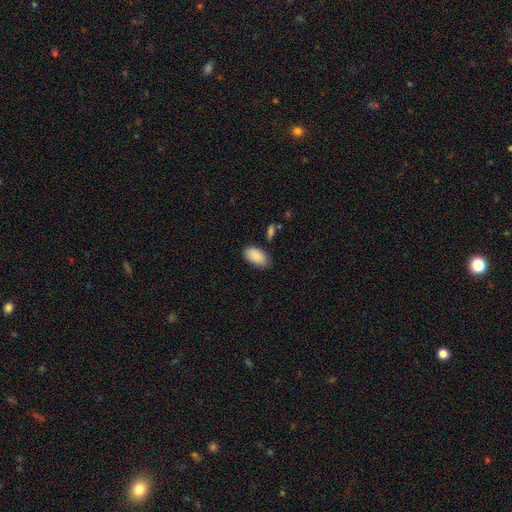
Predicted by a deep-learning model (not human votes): Morphology: type=smooth (88%); roundness=in between (95%); merging=none (77%).